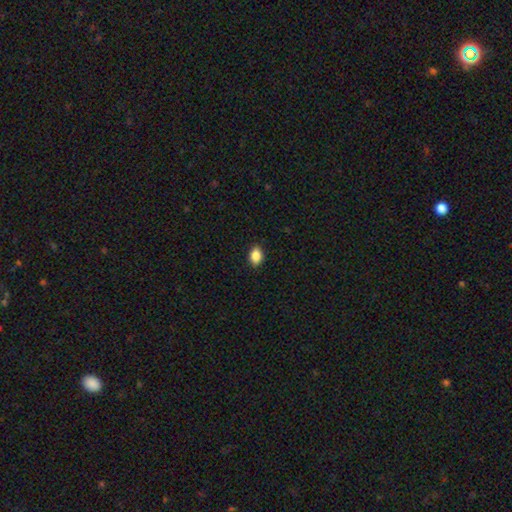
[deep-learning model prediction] Q: Smooth or featured?
A: smooth (87%); runner-up: star or artifact (8%)
Q: How rounded?
A: in between (79%); runner-up: round (19%)
Q: Merging?
A: none (88%); runner-up: minor disturbance (9%)